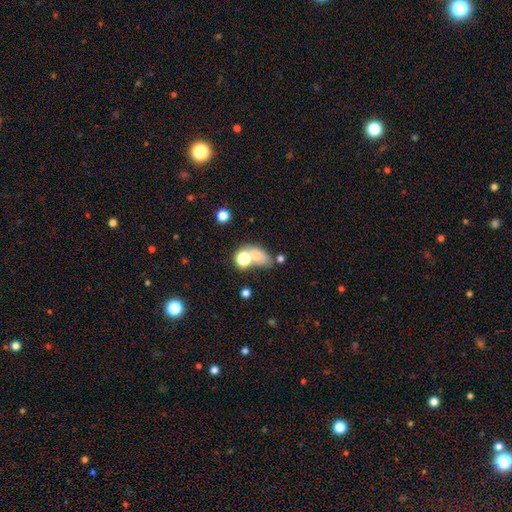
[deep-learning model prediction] smooth_or_featured: smooth (p=0.67) [alt: featured or disk p=0.17]
how_rounded: in between (p=0.72) [alt: round p=0.24]
merging: none (p=0.39) [alt: merger p=0.35]